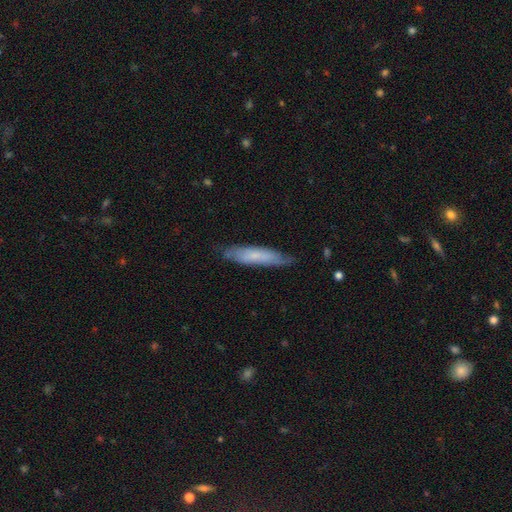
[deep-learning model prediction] A smooth galaxy with no disk features (61%) that is cigar-shaped (81%). Merging: none (76%).